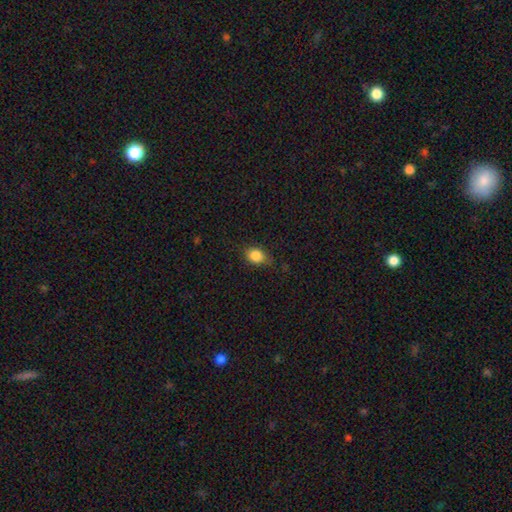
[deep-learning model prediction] The model was most divided on "how rounded": in between: 57%, round: 42%, cigar-shaped: 1%. More confident: smooth or featured — smooth (85%); merging — none (76%).